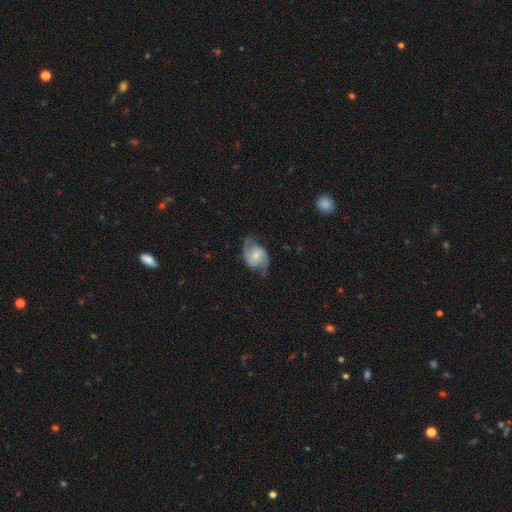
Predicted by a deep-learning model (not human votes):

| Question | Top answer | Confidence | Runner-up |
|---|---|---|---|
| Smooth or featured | featured or disk | 80% | smooth (14%) |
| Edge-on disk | no | 97% | yes (3%) |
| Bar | no | 48% | weak (41%) |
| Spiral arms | yes | 95% | no (5%) |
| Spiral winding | medium | 47% | loose (38%) |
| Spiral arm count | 2 | 92% | can't tell (3%) |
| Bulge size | small | 47% | moderate (42%) |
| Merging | none | 75% | minor disturbance (17%) |